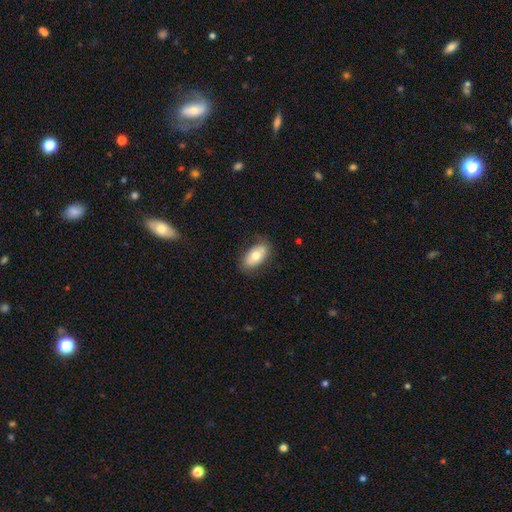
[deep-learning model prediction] smooth 73%, featured or disk 20%, star or artifact 7%. Down the decision tree: how rounded — in between (93%); merging — none (82%).